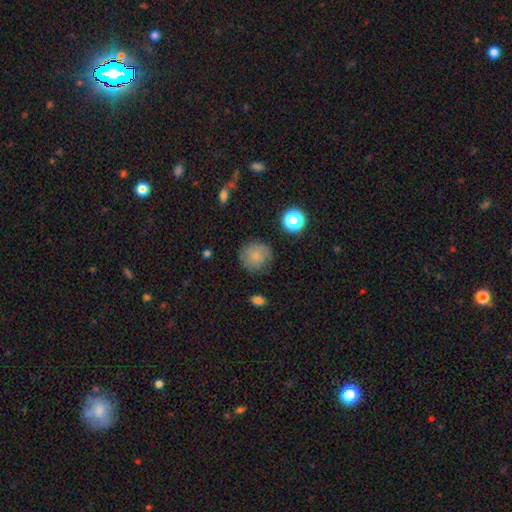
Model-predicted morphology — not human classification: Q: Smooth or featured?
A: smooth (74%); runner-up: featured or disk (15%)
Q: How rounded?
A: round (90%); runner-up: in between (9%)
Q: Merging?
A: none (78%); runner-up: minor disturbance (15%)